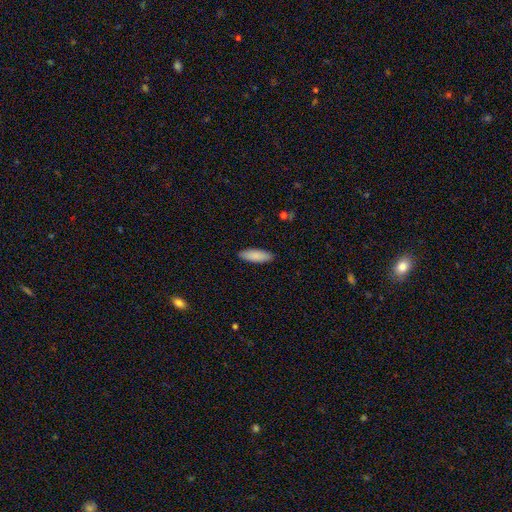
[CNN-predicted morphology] Smooth or featured? smooth (88%)
How rounded? in between (64%)
Merging? none (89%)